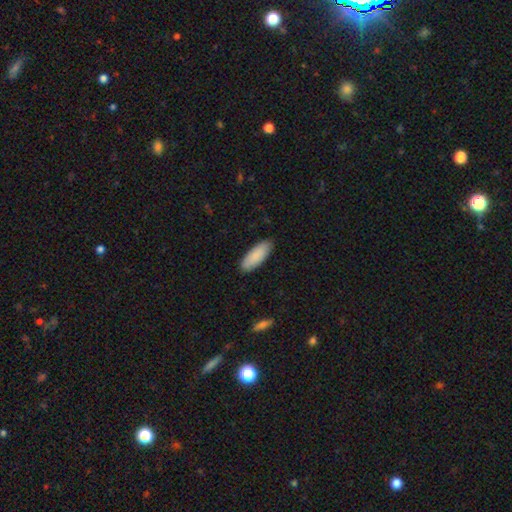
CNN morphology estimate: This is clearly a smooth galaxy (89%). How rounded: likely in between (71%). Merging: clearly none (88%).